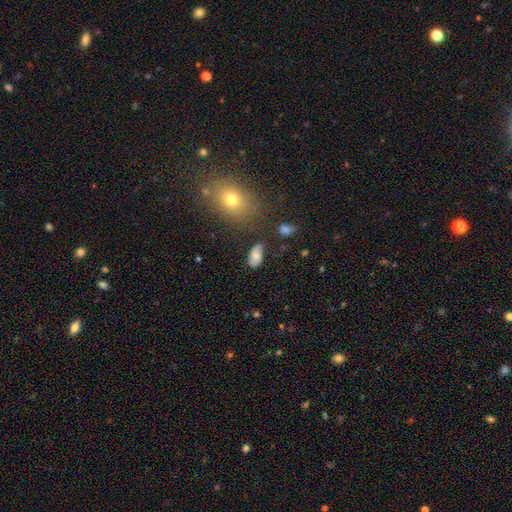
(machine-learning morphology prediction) smooth 65%, featured or disk 25%, star or artifact 10%. Down the decision tree: how rounded — in between (91%); merging — none (67%).